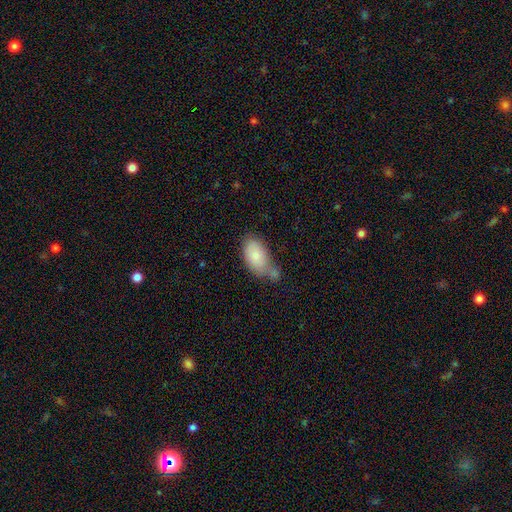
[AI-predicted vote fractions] This is likely a smooth galaxy (79%). How rounded: clearly in between (93%). Merging: marginally none (40%).